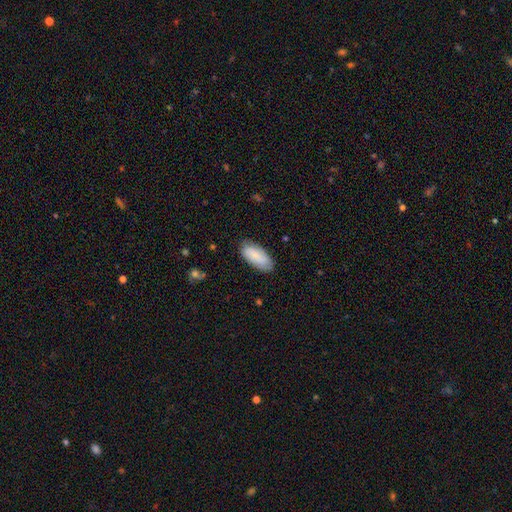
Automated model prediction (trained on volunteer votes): Morphology: type=smooth (80%); roundness=in between (88%); merging=none (81%).